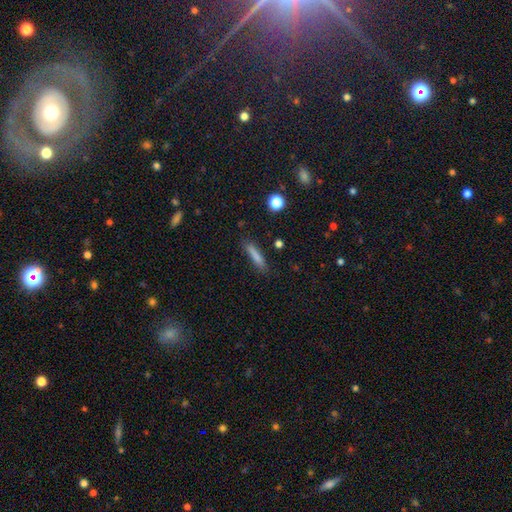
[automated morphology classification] Overall: smooth (79%). How rounded: cigar-shaped (84%). Merging: none (80%).